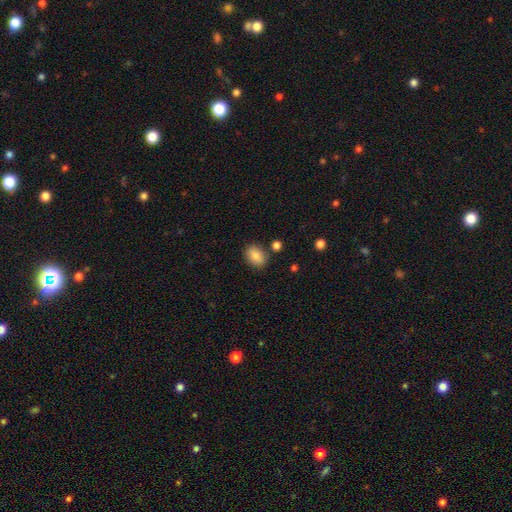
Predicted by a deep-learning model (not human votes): smooth-or-featured: smooth: 86% | star or artifact: 8% | featured or disk: 6%
  how-rounded: in between: 73% | round: 26% | cigar-shaped: 1%
  merging: none: 81% | minor disturbance: 11% | merger: 4% | major disturbance: 3%